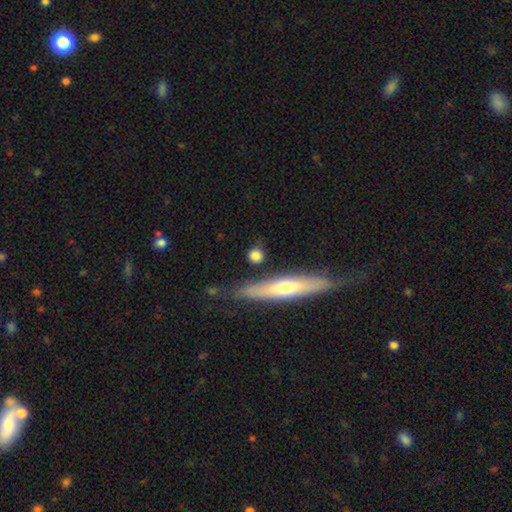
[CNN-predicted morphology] A smooth galaxy with no disk features (77%) that is round (67%).

Vote fractions:
- Smooth or featured? smooth: 77% / featured or disk: 15% / star or artifact: 8%
- How rounded? round: 67% / cigar-shaped: 17% / in between: 16%
- Merging? none: 80% / minor disturbance: 11% / merger: 6% / major disturbance: 4%